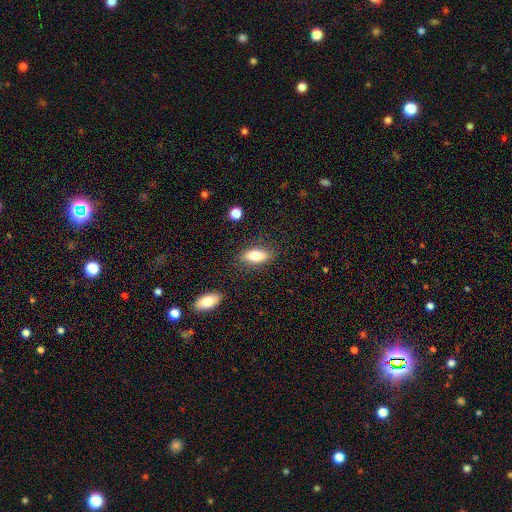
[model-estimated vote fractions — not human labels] A smooth galaxy with no disk features (74%) that is in between round and cigar-shaped (80%). Merging: none (82%).